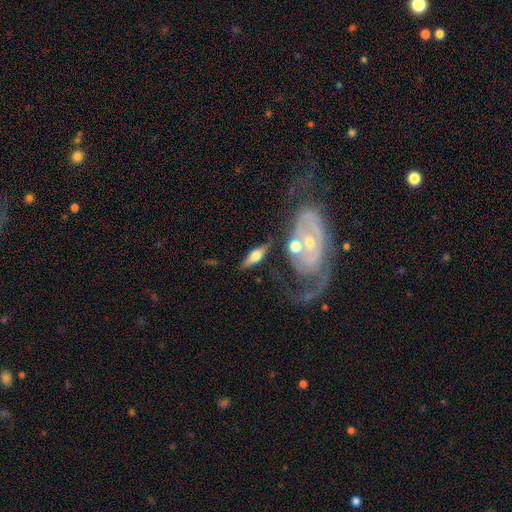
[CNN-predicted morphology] The model was most divided on "smooth or featured": featured or disk: 61%, smooth: 32%, star or artifact: 7%. More confident: edge-on disk — yes (77%); merging — none (55%).